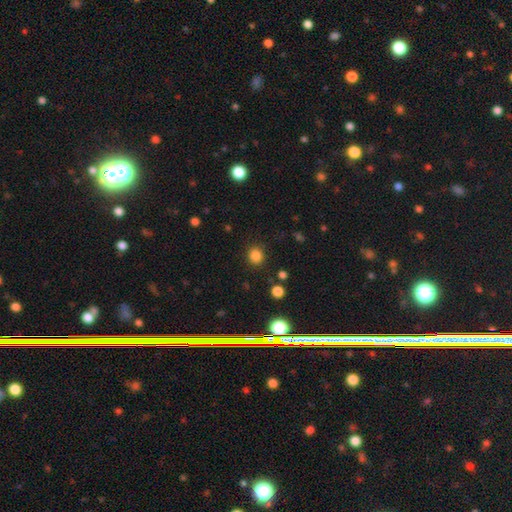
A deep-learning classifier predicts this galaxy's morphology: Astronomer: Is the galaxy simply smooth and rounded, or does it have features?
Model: smooth — 84%.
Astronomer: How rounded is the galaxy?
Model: round — 84%.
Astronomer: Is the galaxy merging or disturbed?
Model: none — 89%.